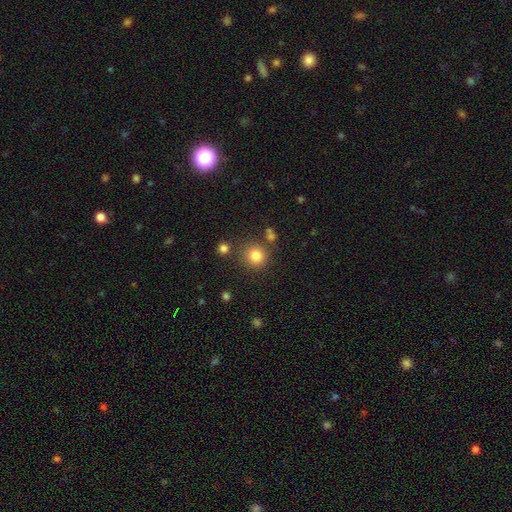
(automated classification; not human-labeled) Smooth or featured? Predicted: smooth (p=0.82). How rounded? Predicted: round (p=0.92). Merging? Predicted: none (p=0.82).